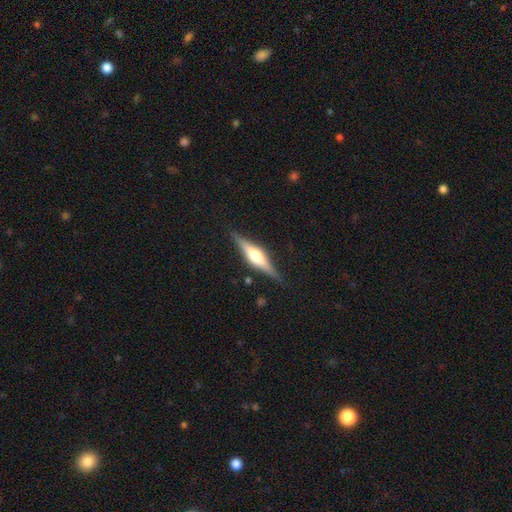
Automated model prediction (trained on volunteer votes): The model was most divided on "smooth or featured": featured or disk: 74%, smooth: 20%, star or artifact: 6%. More confident: edge-on disk — yes (97%); edge-on bulge — rounded (88%); merging — none (87%).